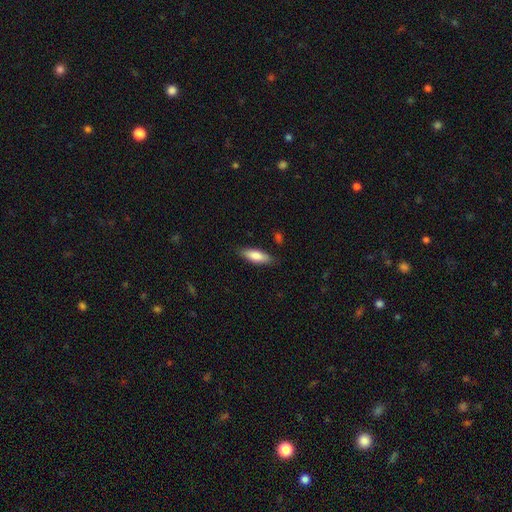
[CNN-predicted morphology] A smooth galaxy with no disk features (80%) that is in between round and cigar-shaped (59%).

Vote fractions:
- Smooth or featured? smooth: 80% / featured or disk: 14% / star or artifact: 6%
- How rounded? in between: 59% / cigar-shaped: 39% / round: 2%
- Merging? none: 83% / minor disturbance: 13% / major disturbance: 3% / merger: 1%